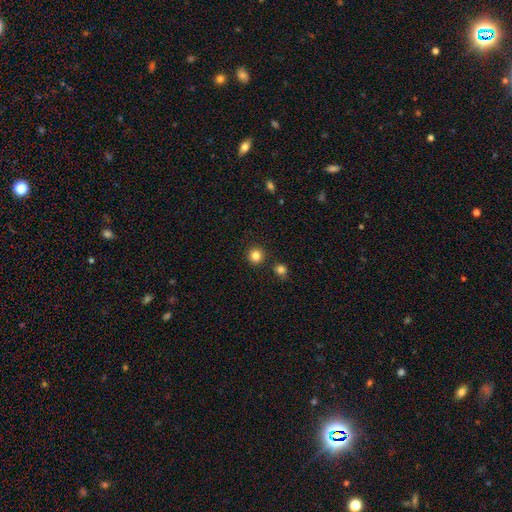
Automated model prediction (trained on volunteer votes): smooth_or_featured: smooth (p=0.83) [alt: star or artifact p=0.12]
how_rounded: round (p=0.94) [alt: in between p=0.05]
merging: none (p=0.88) [alt: minor disturbance p=0.06]